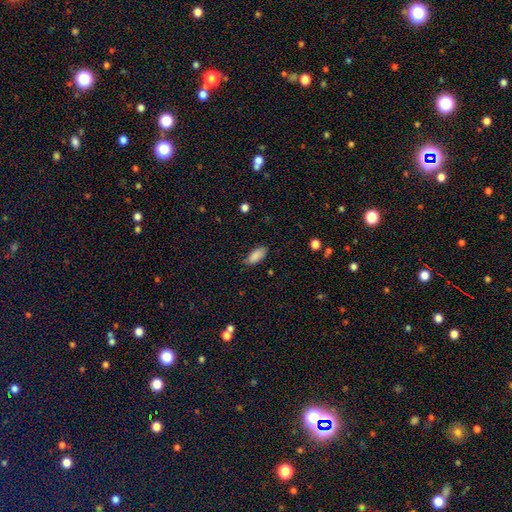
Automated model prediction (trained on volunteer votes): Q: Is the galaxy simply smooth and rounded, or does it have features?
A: smooth — 87%.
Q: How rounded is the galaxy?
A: in between — 89%.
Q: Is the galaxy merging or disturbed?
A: none — 78%.